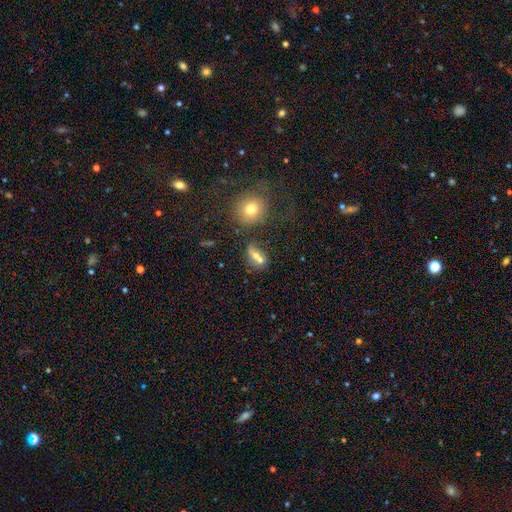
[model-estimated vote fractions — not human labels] Smooth or featured?
  - smooth: 58% *
  - featured or disk: 26%
  - star or artifact: 16%
How rounded?
  - in between: 61% *
  - round: 28%
  - cigar-shaped: 11%
Merging?
  - none: 50% *
  - merger: 29%
  - minor disturbance: 14%
  - major disturbance: 8%